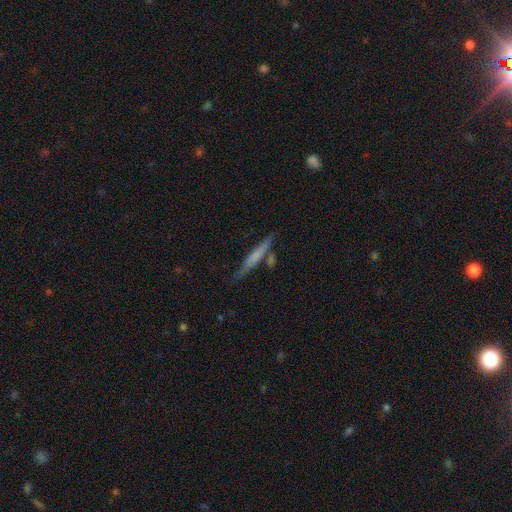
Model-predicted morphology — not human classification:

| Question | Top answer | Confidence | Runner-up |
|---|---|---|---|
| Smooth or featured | smooth | 52% | featured or disk (42%) |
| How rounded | cigar-shaped | 93% | in between (5%) |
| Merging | none | 73% | minor disturbance (14%) |